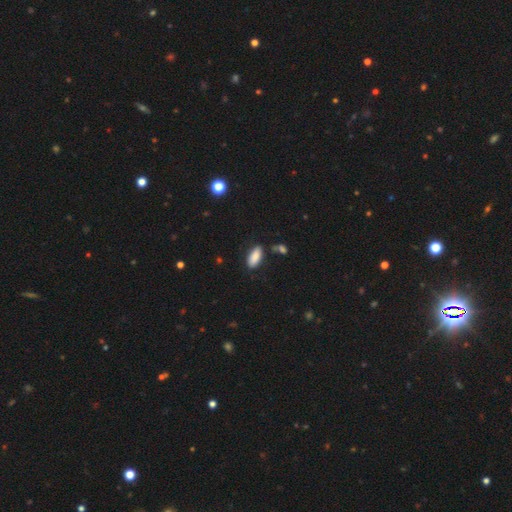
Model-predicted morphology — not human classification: The model was most divided on "merging": none: 79%, minor disturbance: 14%, merger: 4%, major disturbance: 3%. More confident: smooth or featured — smooth (87%); how rounded — in between (83%).